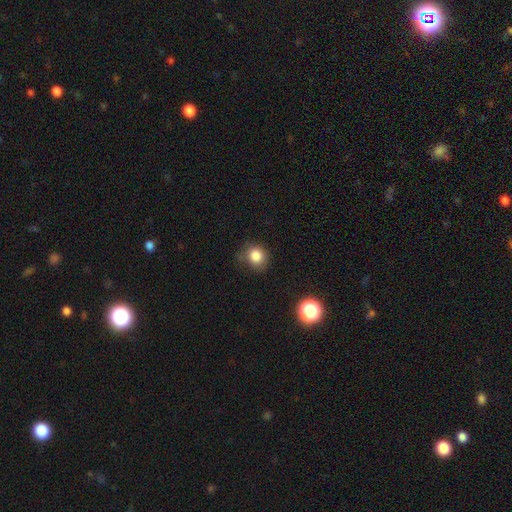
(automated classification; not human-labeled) Smooth or featured? Predicted: smooth (p=0.83). How rounded? Predicted: round (p=0.77). Merging? Predicted: none (p=0.69).